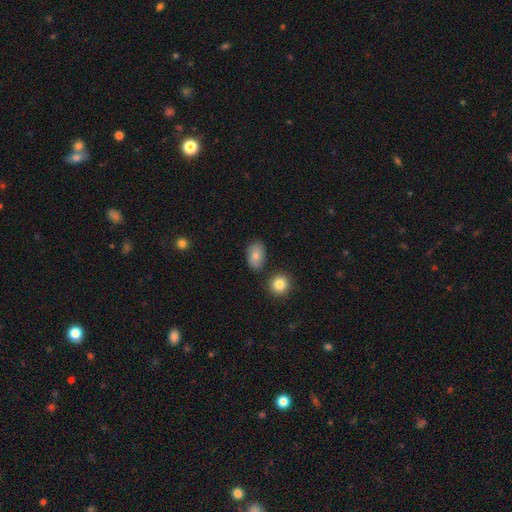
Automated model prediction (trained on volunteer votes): The model was most divided on "merging": none: 77%, minor disturbance: 13%, merger: 6%, major disturbance: 3%. More confident: how rounded — in between (83%); smooth or featured — smooth (80%).